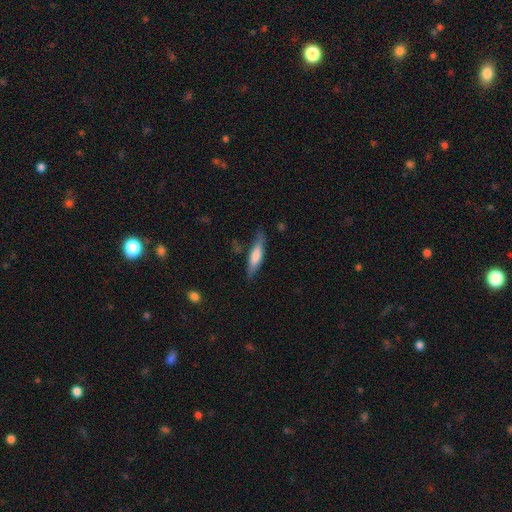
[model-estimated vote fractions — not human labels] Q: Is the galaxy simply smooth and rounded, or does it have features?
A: smooth — 63%.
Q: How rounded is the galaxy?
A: cigar-shaped — 74%.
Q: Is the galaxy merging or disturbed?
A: none — 74%.